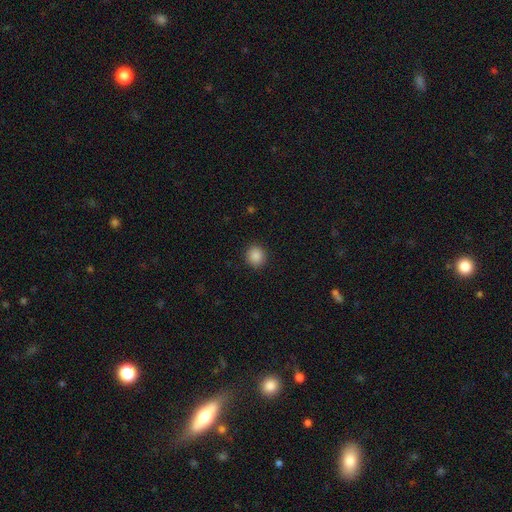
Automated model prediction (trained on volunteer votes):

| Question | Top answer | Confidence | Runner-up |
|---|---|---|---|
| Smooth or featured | smooth | 87% | star or artifact (10%) |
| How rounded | round | 88% | in between (11%) |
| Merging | none | 91% | minor disturbance (6%) |